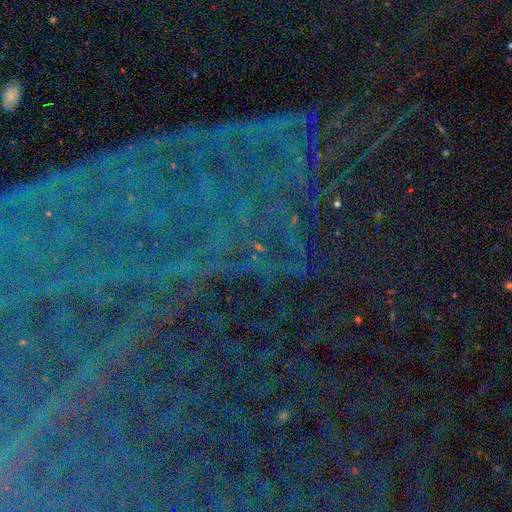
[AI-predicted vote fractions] This appears to be a star or artifact, not a galaxy (87%).